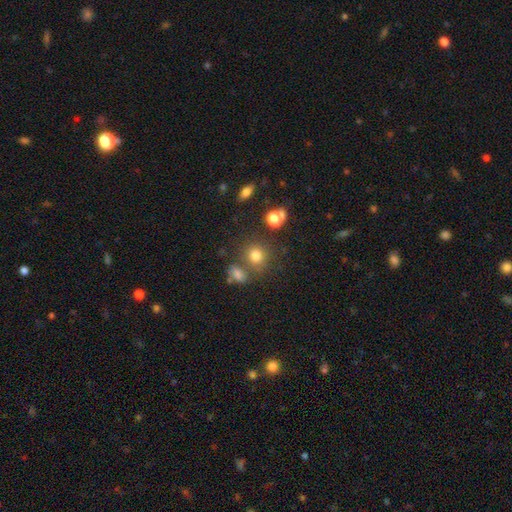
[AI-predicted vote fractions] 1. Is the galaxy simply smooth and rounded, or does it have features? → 76% smooth, 16% star or artifact, 8% featured or disk.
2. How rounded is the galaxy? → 79% round, 20% in between, 1% cigar-shaped.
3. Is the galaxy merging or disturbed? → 67% none, 16% merger, 12% minor disturbance, 5% major disturbance.